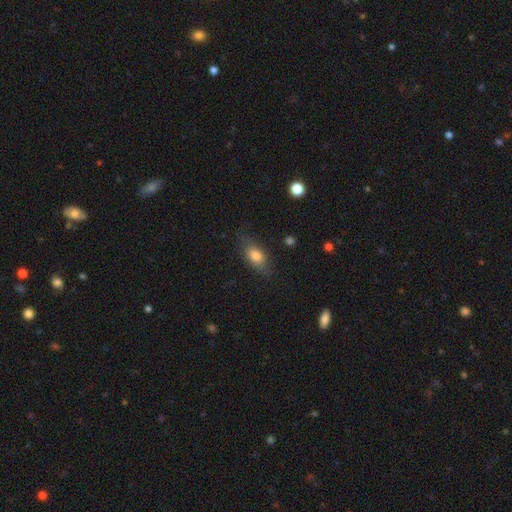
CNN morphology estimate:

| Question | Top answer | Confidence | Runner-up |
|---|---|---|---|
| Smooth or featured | smooth | 77% | featured or disk (15%) |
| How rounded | in between | 82% | cigar-shaped (10%) |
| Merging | none | 74% | minor disturbance (19%) |